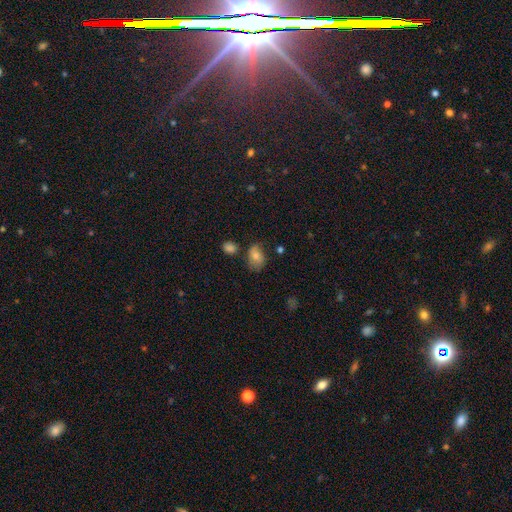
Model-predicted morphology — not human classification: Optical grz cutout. It shows a smooth galaxy with no disk features (73%) that is in between round and cigar-shaped (74%). Merging: none (54%).